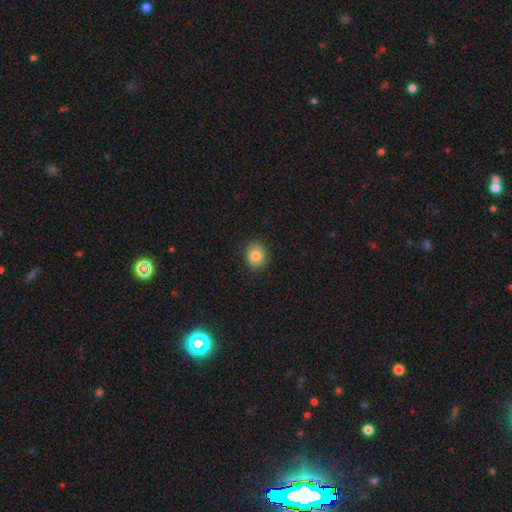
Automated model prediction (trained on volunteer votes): This is clearly a smooth galaxy (83%). How rounded: likely round (69%). Merging: clearly none (90%).